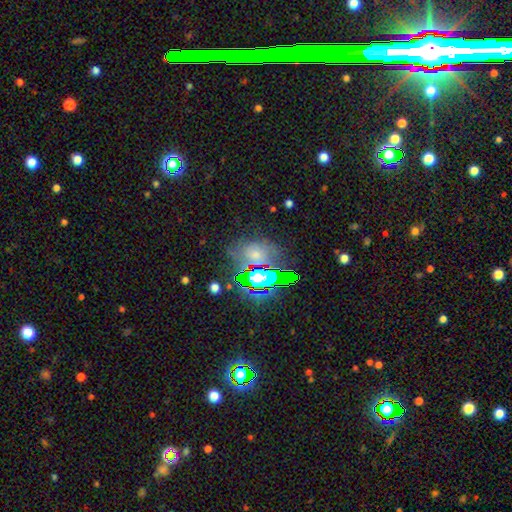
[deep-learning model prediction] smooth_or_featured: star or artifact (p=0.37) [alt: smooth p=0.33]